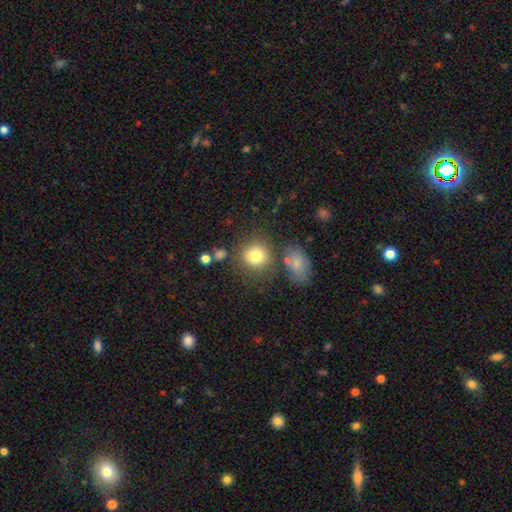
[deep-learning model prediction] Smooth or featured? smooth (80%)
How rounded? round (85%)
Merging? none (71%)